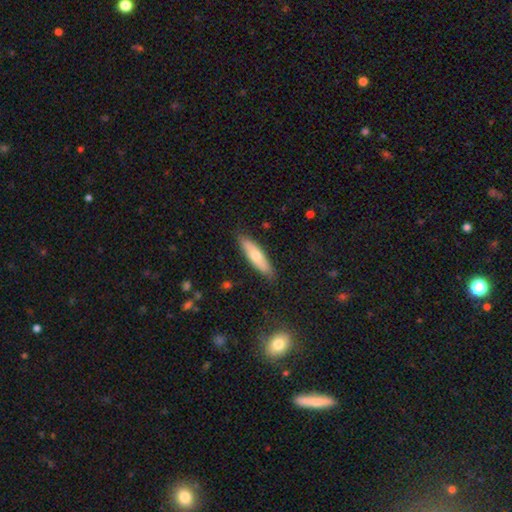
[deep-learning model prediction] A smooth galaxy with no disk features (62%) that is cigar-shaped (70%). Merging: none (87%).